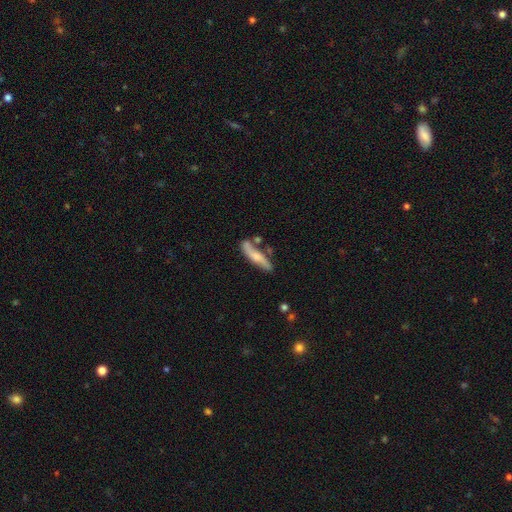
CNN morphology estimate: Overall: featured or disk (49%; smooth 45%). Merging: none (62%).